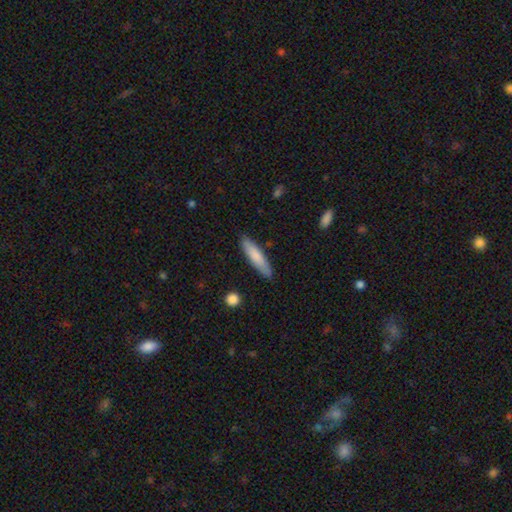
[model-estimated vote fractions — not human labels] Overall: smooth (80%). How rounded: cigar-shaped (80%). Merging: none (86%).